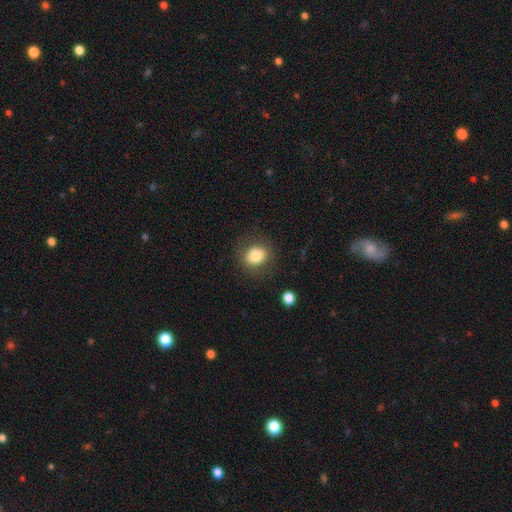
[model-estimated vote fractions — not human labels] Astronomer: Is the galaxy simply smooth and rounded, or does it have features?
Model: smooth — 80%.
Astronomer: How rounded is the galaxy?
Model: round — 69%.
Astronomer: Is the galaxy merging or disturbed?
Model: none — 82%.